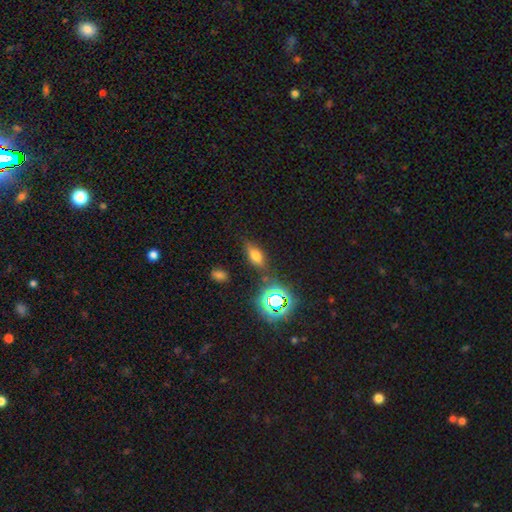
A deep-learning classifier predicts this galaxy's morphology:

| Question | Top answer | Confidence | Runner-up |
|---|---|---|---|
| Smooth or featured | smooth | 62% | star or artifact (22%) |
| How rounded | in between | 71% | cigar-shaped (20%) |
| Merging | none | 77% | minor disturbance (14%) |